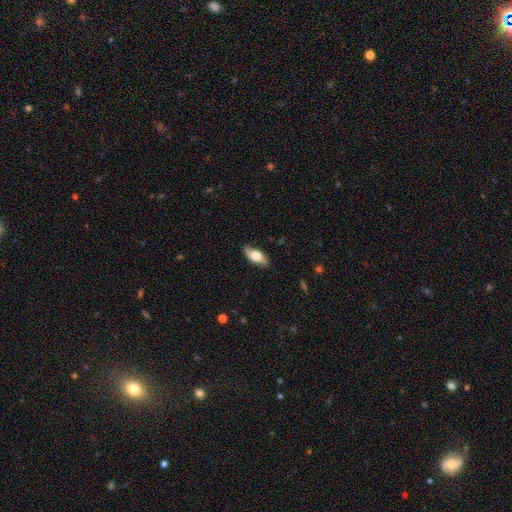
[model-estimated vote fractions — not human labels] Smooth or featured: smooth — 56% (featured or disk — 37%)
How rounded: in between — 79% (cigar-shaped — 17%)
Merging: none — 84% (minor disturbance — 12%)